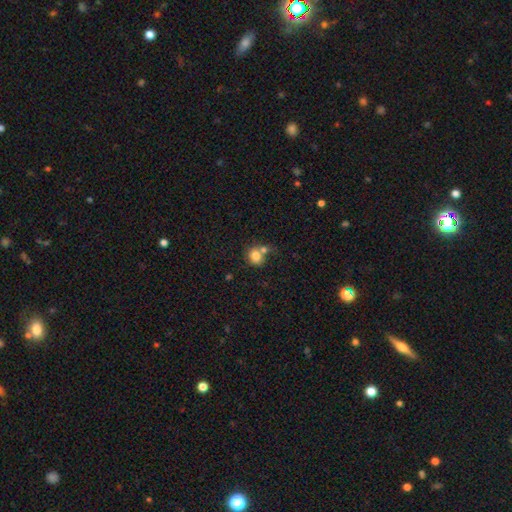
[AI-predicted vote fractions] Smooth or featured? Predicted: smooth (p=0.79). How rounded? Predicted: round (p=0.73). Merging? Predicted: none (p=0.42, tied with merger).